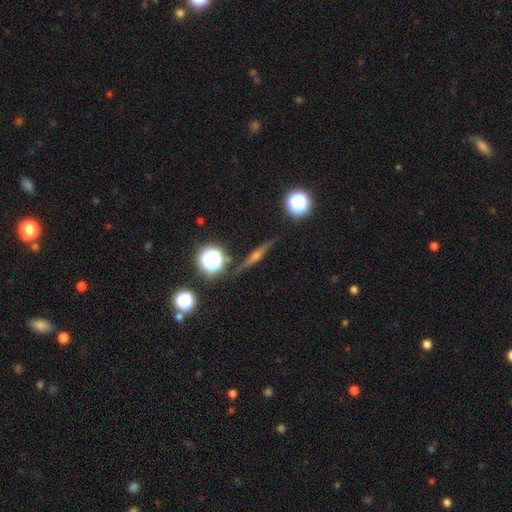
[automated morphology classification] smooth-or-featured: featured or disk: 69% | smooth: 16% | star or artifact: 15%
  disk-edge-on: yes: 96% | no: 4%
    edge-on-bulge: rounded: 88% | none: 7% | boxy: 5%
  merging: none: 89% | minor disturbance: 7% | merger: 2% | major disturbance: 2%